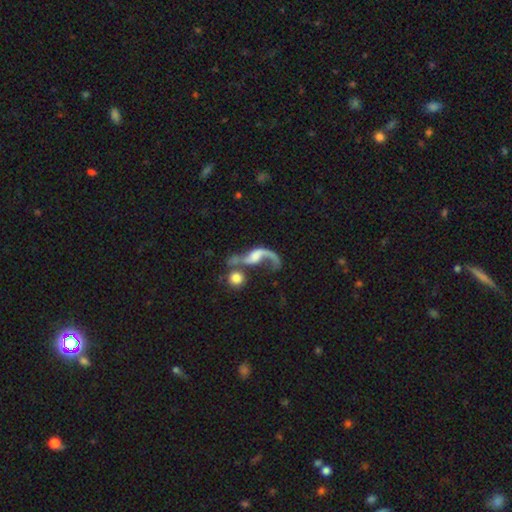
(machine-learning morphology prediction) Smooth or featured? Predicted: featured or disk (p=0.80). Edge-on disk? Predicted: no (p=0.93). Bar? Predicted: no (p=0.51). Spiral arms? Predicted: yes (p=0.90). Spiral winding? Predicted: loose (p=0.90). Spiral arm count? Predicted: 2 (p=0.75). Bulge size? Predicted: moderate (p=0.30). Merging? Predicted: merger (p=0.38).